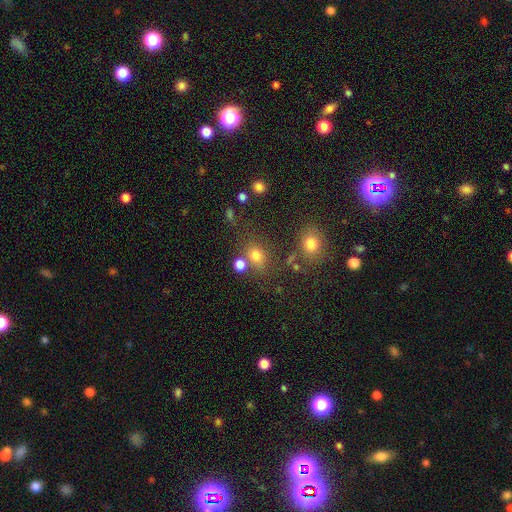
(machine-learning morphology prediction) smooth-or-featured: smooth: 74% | star or artifact: 18% | featured or disk: 8%
  how-rounded: round: 61% | in between: 38% | cigar-shaped: 1%
  merging: none: 66% | merger: 15% | minor disturbance: 13% | major disturbance: 6%